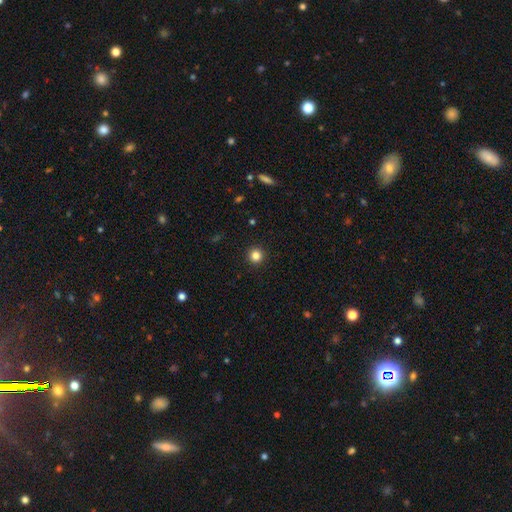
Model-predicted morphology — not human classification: This is clearly a smooth galaxy (84%). How rounded: clearly round (95%). Merging: clearly none (93%).